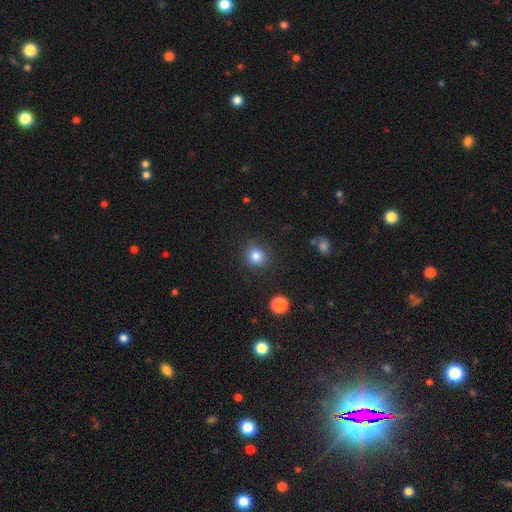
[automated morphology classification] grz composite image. It shows a smooth galaxy with no disk features (83%) that is round (87%). Merging: none (88%).